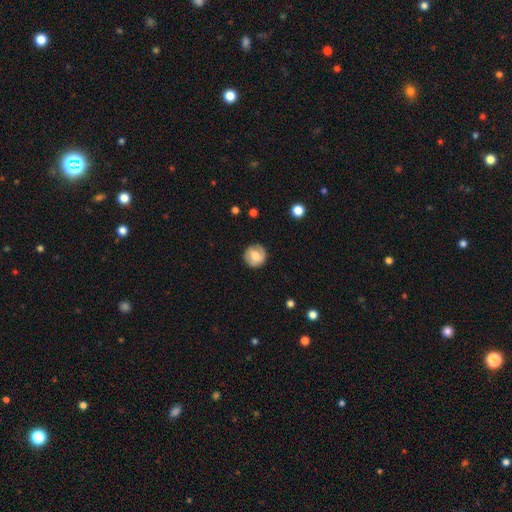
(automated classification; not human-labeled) Smooth or featured?
  - smooth: 61% *
  - featured or disk: 32%
  - star or artifact: 8%
How rounded?
  - round: 90% *
  - in between: 9%
  - cigar-shaped: 1%
Merging?
  - none: 83% *
  - minor disturbance: 13%
  - major disturbance: 4%
  - merger: 1%